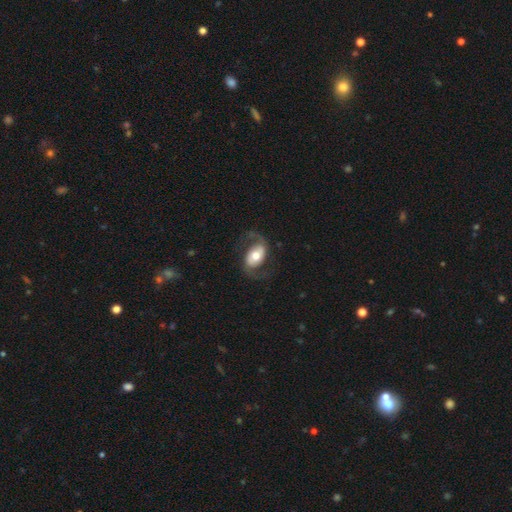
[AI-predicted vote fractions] Smooth or featured? Predicted: featured or disk (p=0.75). Edge-on disk? Predicted: no (p=0.97). Bar? Predicted: no (p=0.48). Spiral arms? Predicted: yes (p=0.91). Spiral winding? Predicted: loose (p=0.53). Spiral arm count? Predicted: 2 (p=0.91). Bulge size? Predicted: moderate (p=0.63). Merging? Predicted: none (p=0.70).